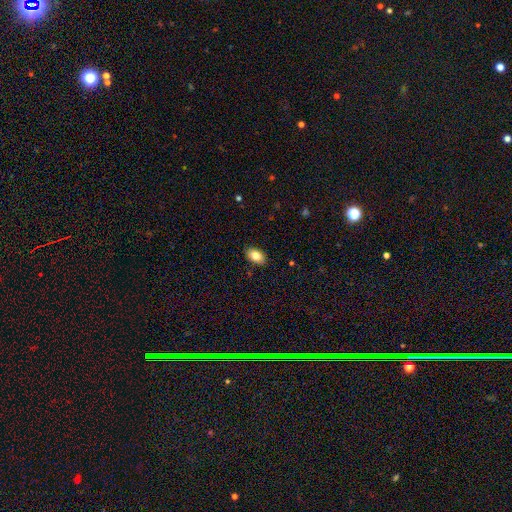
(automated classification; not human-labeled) Smooth or featured: smooth — 83% (featured or disk — 9%)
How rounded: in between — 91% (round — 7%)
Merging: none — 88% (minor disturbance — 9%)